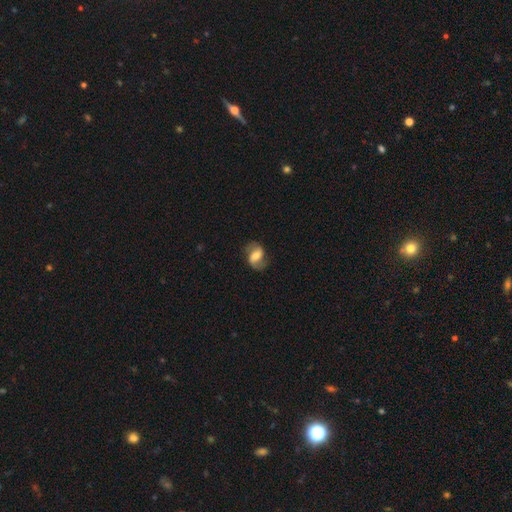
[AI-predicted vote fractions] A featured or disk galaxy (61%) with a weak bar (43%), 2 (85%) loose (43%) spiral arms (88%) and a moderate central bulge (39%).

Vote fractions:
- Smooth or featured? featured or disk: 61% / smooth: 31% / star or artifact: 8%
- Edge-on disk? no: 96% / yes: 4%
- Bar? weak: 43% / strong: 34% / no: 23%
- Spiral arms? yes: 88% / no: 12%
- Spiral winding? loose: 43% / medium: 41% / tight: 16%
- Spiral arm count? 2: 85% / 1: 7% / can't tell: 6% / 3: 1% / 4: 1% / more than 4: 1%
- Bulge size? moderate: 39% / large: 25% / small: 22% / none: 10% / dominant: 4%
- Merging? none: 70% / minor disturbance: 18% / major disturbance: 10% / merger: 1%